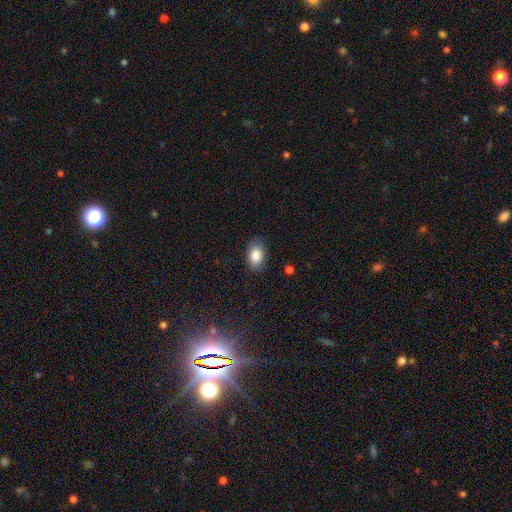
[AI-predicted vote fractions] Smooth or featured? Predicted: smooth (p=0.85). How rounded? Predicted: in between (p=0.88). Merging? Predicted: none (p=0.86).